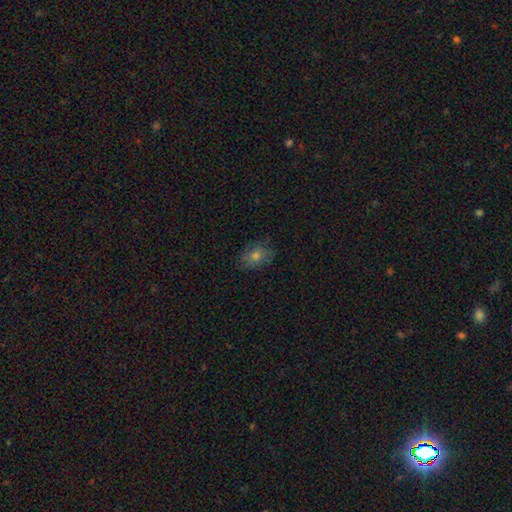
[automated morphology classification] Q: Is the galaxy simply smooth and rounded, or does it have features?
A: smooth — 63%.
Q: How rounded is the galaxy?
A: in between — 67%.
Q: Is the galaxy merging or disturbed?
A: none — 78%.